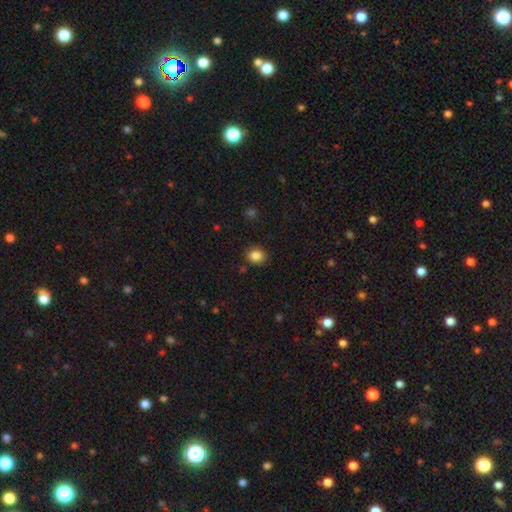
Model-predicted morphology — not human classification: Overall: smooth (85%). How rounded: round (59%; in between 40%). Merging: none (86%).